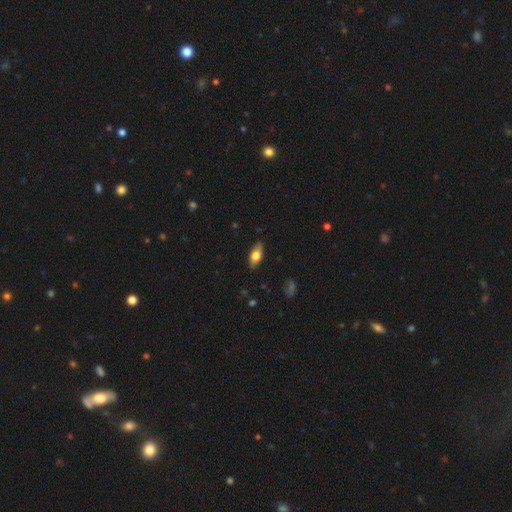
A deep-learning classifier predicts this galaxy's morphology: A smooth galaxy with no disk features (71%) that is in between round and cigar-shaped (84%). Merging: none (85%).